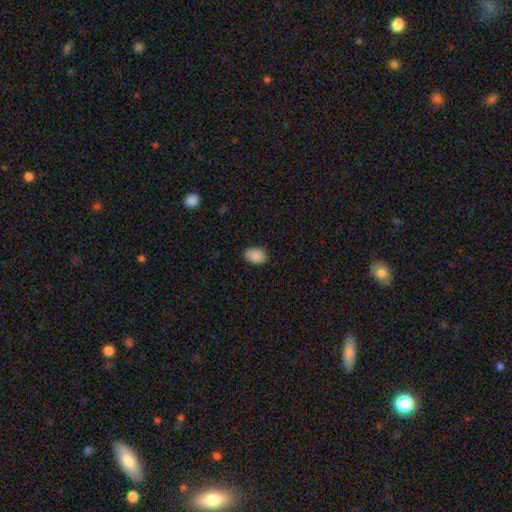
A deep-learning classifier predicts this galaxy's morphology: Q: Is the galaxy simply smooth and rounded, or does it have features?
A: smooth — 89%.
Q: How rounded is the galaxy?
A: in between — 82%.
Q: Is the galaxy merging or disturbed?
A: none — 83%.